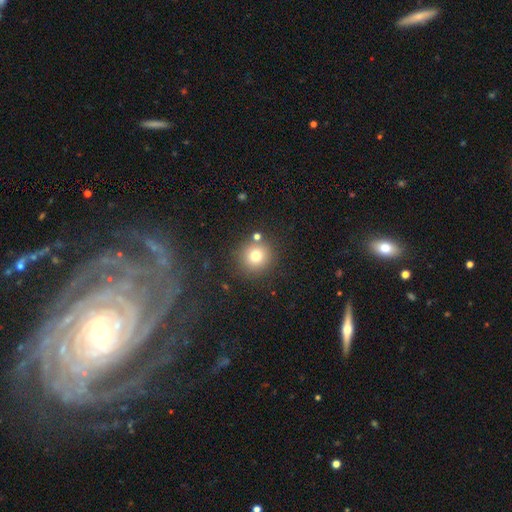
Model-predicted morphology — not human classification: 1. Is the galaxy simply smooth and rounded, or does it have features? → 75% smooth, 15% star or artifact, 10% featured or disk.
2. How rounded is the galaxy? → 93% round, 6% in between, 1% cigar-shaped.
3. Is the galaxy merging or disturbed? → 82% none, 8% minor disturbance, 7% merger, 3% major disturbance.